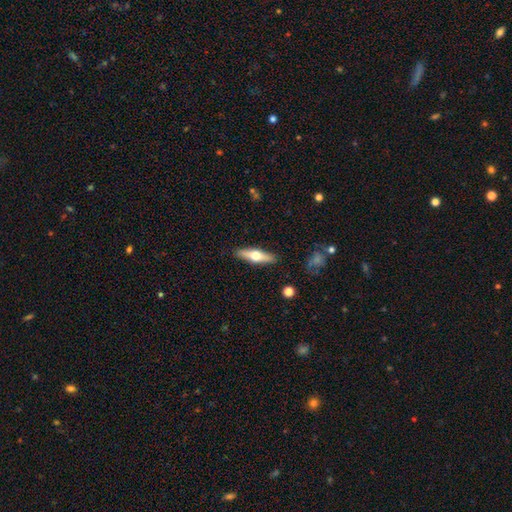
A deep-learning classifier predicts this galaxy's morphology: type=featured or disk (53%); edge-on=yes (93%); merging=none (90%).